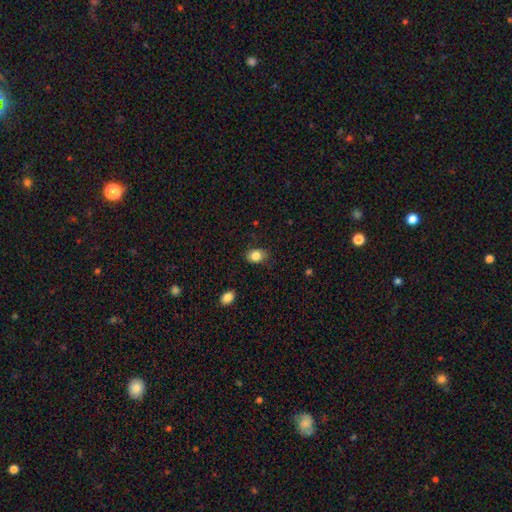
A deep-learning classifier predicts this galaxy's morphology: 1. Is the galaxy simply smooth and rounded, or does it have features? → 84% smooth, 9% star or artifact, 6% featured or disk.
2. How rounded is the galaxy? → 64% in between, 35% round, 1% cigar-shaped.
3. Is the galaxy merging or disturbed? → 79% none, 16% minor disturbance, 3% major disturbance, 1% merger.